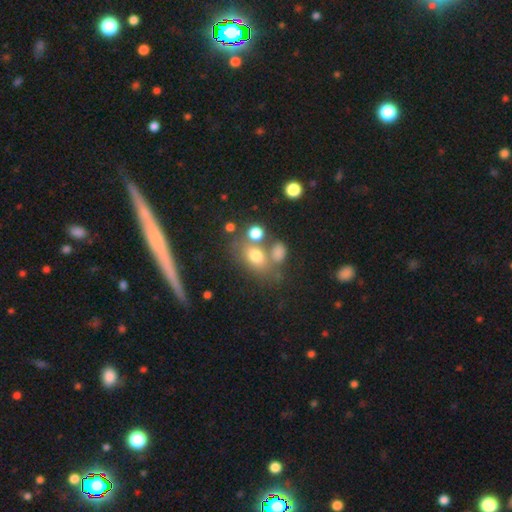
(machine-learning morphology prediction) smooth_or_featured: smooth (p=0.68) [alt: featured or disk p=0.17]
how_rounded: in between (p=0.68) [alt: round p=0.30]
merging: none (p=0.51) [alt: merger p=0.25]